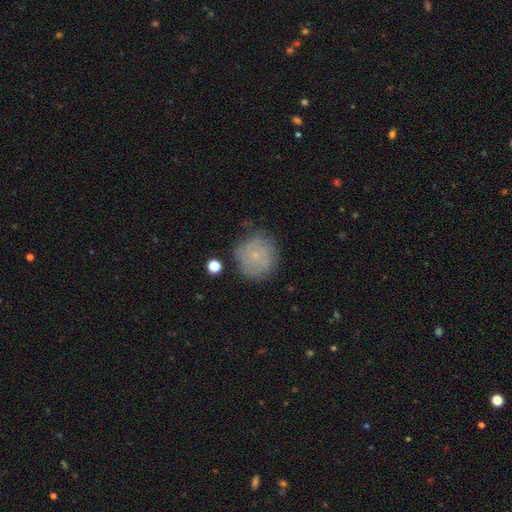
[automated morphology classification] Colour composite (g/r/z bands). It shows a featured or disk galaxy (49%). Merging: none (75%).